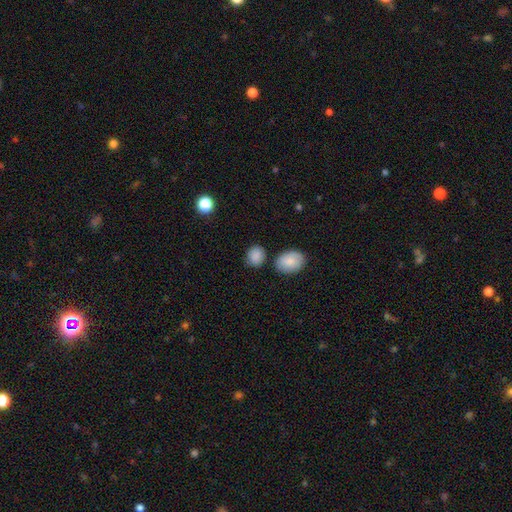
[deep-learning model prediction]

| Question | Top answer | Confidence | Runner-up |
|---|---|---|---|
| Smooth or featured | smooth | 88% | star or artifact (8%) |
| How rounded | round | 59% | in between (40%) |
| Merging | none | 76% | minor disturbance (13%) |